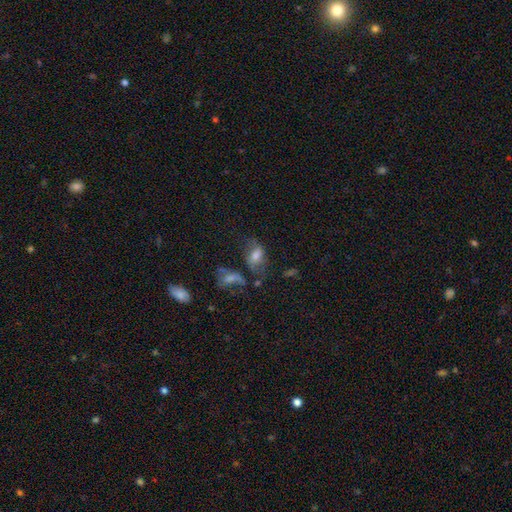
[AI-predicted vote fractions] Smooth or featured: smooth — 51% (featured or disk — 34%)
How rounded: in between — 84% (round — 12%)
Merging: none — 38% (major disturbance — 24%)